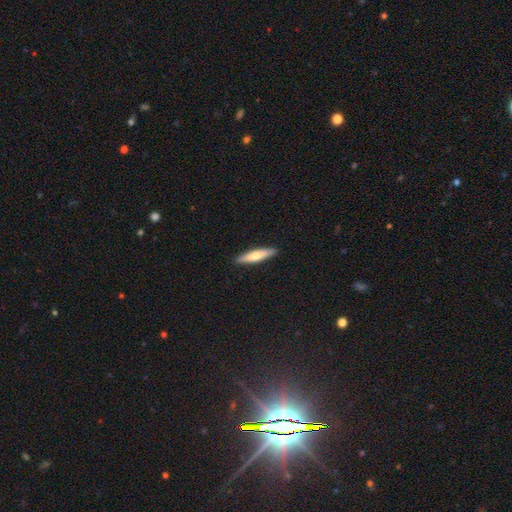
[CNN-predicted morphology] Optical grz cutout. It shows a smooth galaxy with no disk features (63%) that is cigar-shaped (83%). Merging: none (90%).